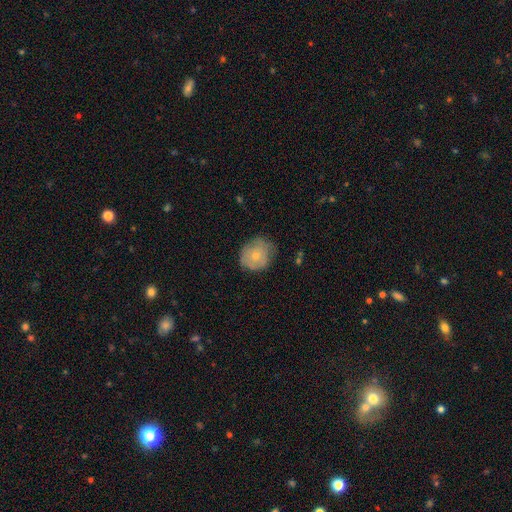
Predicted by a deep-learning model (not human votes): The model was most divided on "merging": none: 59%, minor disturbance: 31%, major disturbance: 8%, merger: 1%. More confident: how rounded — round (80%); smooth or featured — smooth (69%).